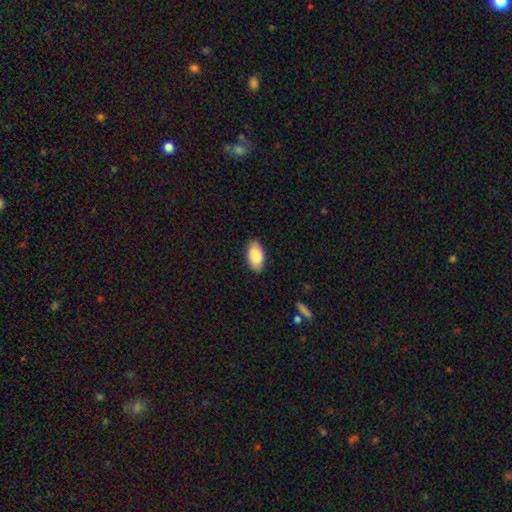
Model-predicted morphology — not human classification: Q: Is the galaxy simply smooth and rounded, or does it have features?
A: smooth — 87%.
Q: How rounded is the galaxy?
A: in between — 95%.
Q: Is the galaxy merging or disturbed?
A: none — 86%.